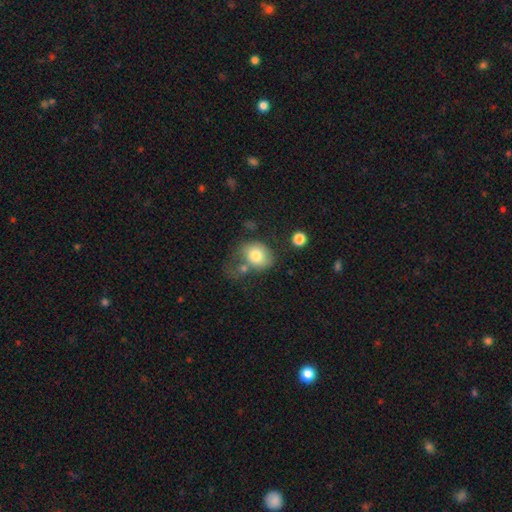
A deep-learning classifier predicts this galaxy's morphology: smooth-or-featured: smooth: 75% | featured or disk: 16% | star or artifact: 8%
  how-rounded: in between: 52% | round: 47% | cigar-shaped: 1%
  merging: none: 39% | minor disturbance: 22% | merger: 20% | major disturbance: 19%